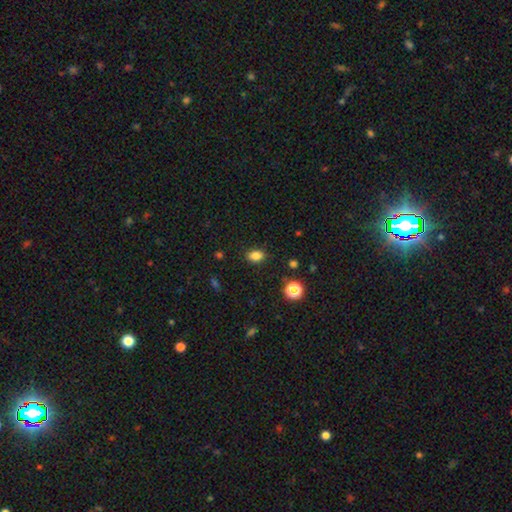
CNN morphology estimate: A smooth galaxy with no disk features (83%) that is in between round and cigar-shaped (77%). Merging: none (86%).